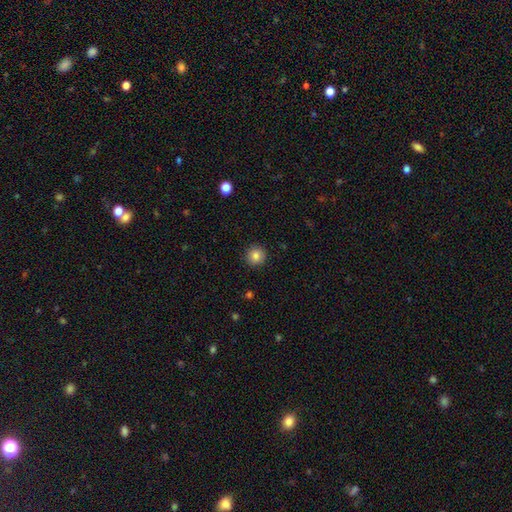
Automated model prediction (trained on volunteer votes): This appears to be a smooth galaxy with no disk features (84%) that is round (93%). Merging: none (91%).